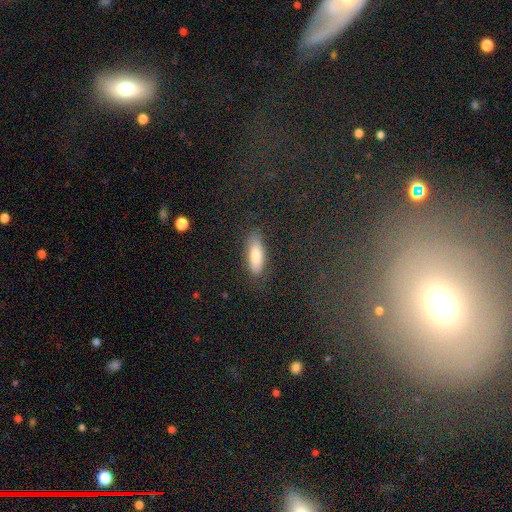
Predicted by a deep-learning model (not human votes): Smooth or featured? smooth (79%)
How rounded? in between (61%)
Merging? none (83%)